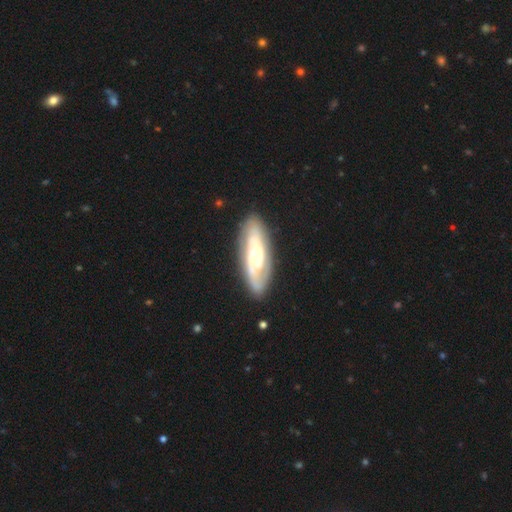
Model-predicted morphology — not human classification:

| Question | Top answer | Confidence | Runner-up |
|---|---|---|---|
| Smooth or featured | featured or disk | 74% | smooth (20%) |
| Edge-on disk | no | 87% | yes (13%) |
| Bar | no | 57% | weak (32%) |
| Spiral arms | yes | 90% | no (10%) |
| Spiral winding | tight | 46% | medium (39%) |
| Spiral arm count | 2 | 61% | can't tell (23%) |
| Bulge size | moderate | 41% | large (29%) |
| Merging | none | 81% | minor disturbance (13%) |